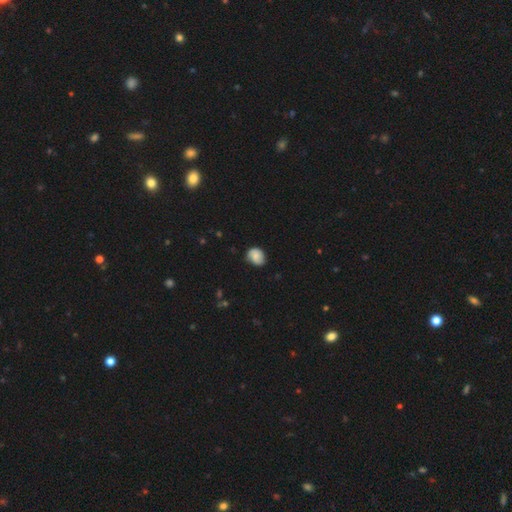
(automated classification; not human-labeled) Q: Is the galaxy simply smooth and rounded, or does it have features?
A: smooth — 67%.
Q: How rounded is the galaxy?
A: round — 53%.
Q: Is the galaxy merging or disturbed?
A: none — 69%.